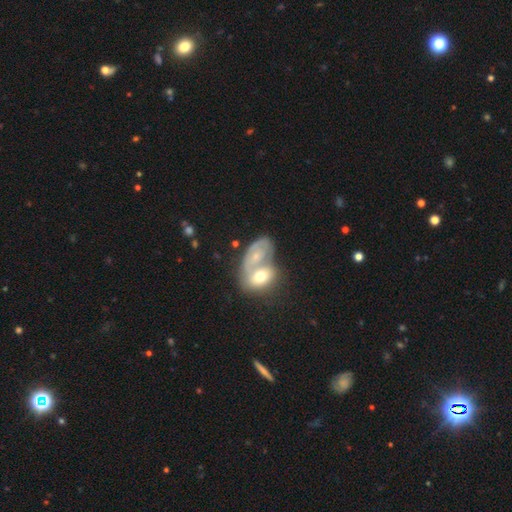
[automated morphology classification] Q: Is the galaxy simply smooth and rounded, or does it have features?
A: featured or disk — 47%.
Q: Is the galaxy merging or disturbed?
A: merger — 65%.